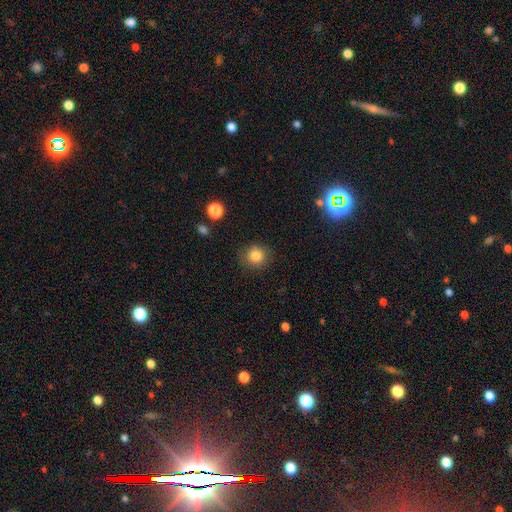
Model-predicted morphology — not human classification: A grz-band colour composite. It shows a smooth galaxy with no disk features (83%) that is round (87%). Merging: none (85%).